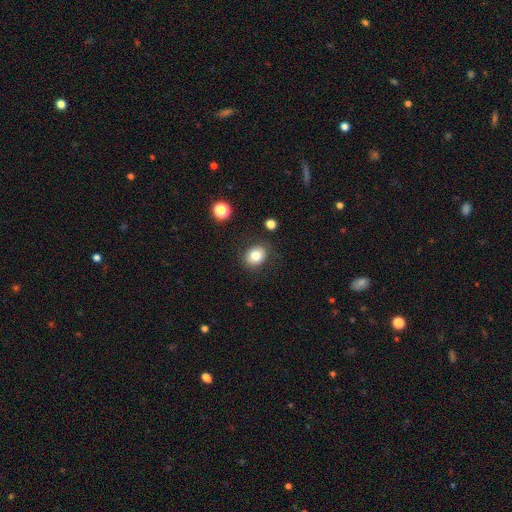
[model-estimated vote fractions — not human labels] Smooth or featured?
  - smooth: 80% *
  - star or artifact: 10%
  - featured or disk: 9%
How rounded?
  - round: 53% *
  - in between: 46%
  - cigar-shaped: 1%
Merging?
  - none: 85% *
  - minor disturbance: 10%
  - major disturbance: 3%
  - merger: 2%